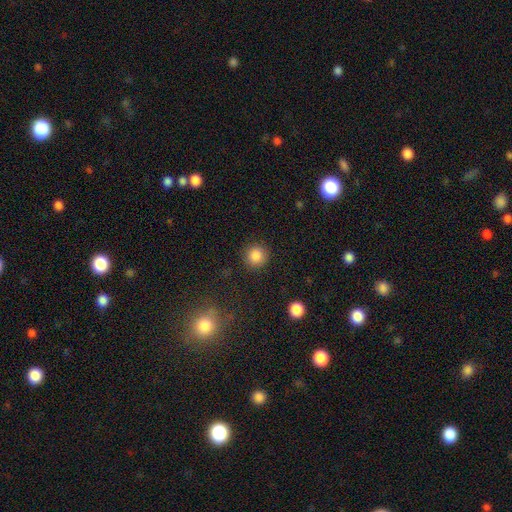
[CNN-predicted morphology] A smooth galaxy with no disk features (86%) that is round (93%).

Vote fractions:
- Smooth or featured? smooth: 86% / star or artifact: 11% / featured or disk: 4%
- How rounded? round: 93% / in between: 6% / cigar-shaped: 1%
- Merging? none: 89% / minor disturbance: 7% / major disturbance: 3% / merger: 1%